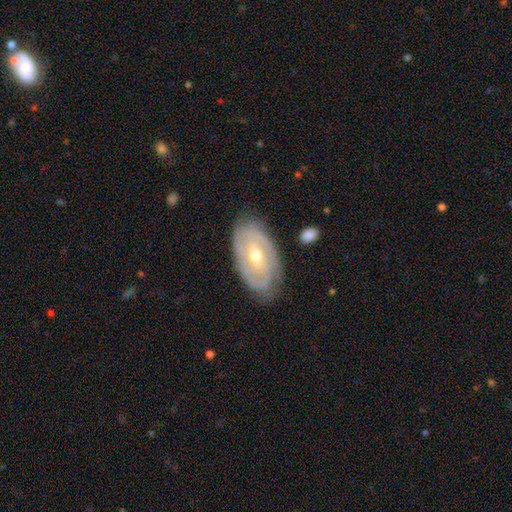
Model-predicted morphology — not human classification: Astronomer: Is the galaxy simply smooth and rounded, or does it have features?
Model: featured or disk — 77%.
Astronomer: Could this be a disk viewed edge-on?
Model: no — 93%.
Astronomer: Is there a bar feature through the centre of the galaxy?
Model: weak — 44% (runner-up: no, 39%).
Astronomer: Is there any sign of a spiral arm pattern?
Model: yes — 82%.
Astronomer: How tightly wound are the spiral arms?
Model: tight — 61%.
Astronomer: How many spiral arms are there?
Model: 2 — 49% (runner-up: can't tell, 32%).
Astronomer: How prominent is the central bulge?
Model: moderate — 58% (runner-up: small, 39%).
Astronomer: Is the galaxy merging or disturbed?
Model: none — 78%.